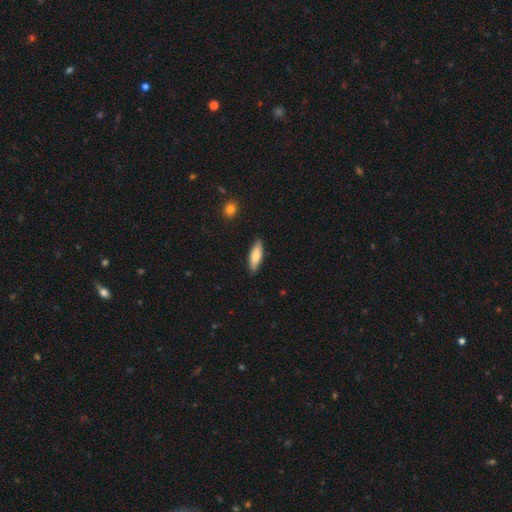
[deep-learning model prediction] Smooth or featured: smooth — 74% (featured or disk — 20%)
How rounded: cigar-shaped — 49% (tied with in between — 49%)
Merging: none — 85% (minor disturbance — 12%)